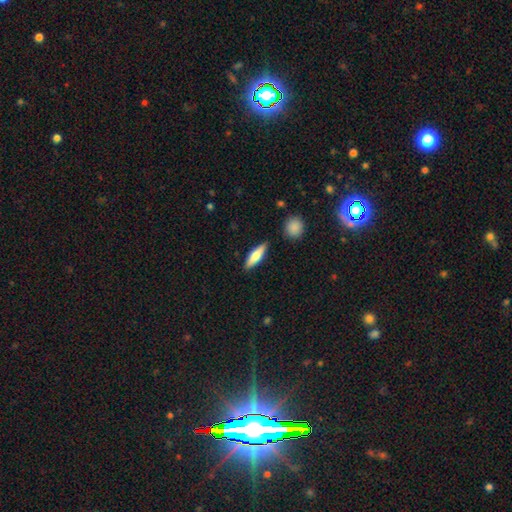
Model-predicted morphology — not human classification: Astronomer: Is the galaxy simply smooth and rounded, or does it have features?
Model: smooth — 65%.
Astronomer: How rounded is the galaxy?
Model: cigar-shaped — 62%.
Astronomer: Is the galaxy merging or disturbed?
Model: none — 86%.